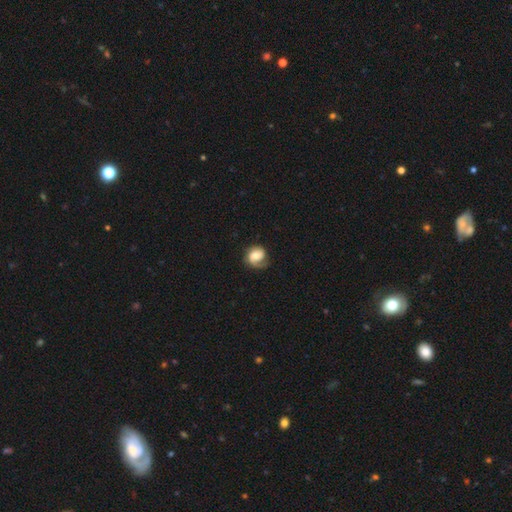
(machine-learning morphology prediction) The model was most divided on "smooth or featured": featured or disk: 47%, smooth: 45%, star or artifact: 8%. More confident: merging — none (57%).